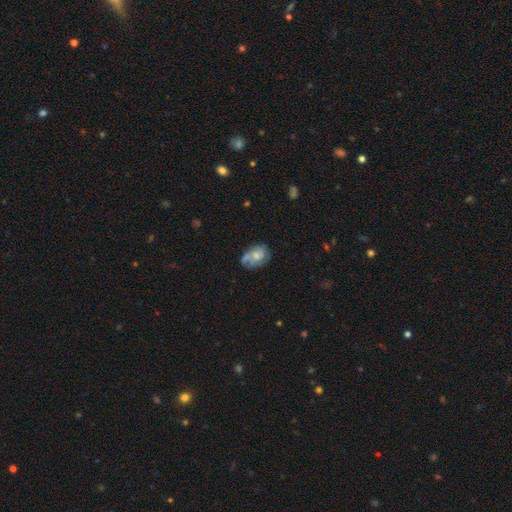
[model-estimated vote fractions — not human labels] A featured or disk galaxy (47%).

Vote fractions:
- Smooth or featured? featured or disk: 47% / smooth: 45% / star or artifact: 8%
- Merging? none: 55% / minor disturbance: 27% / major disturbance: 12% / merger: 6%